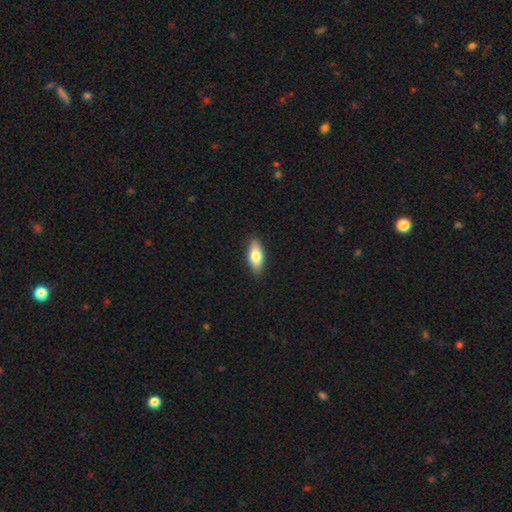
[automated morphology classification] Smooth or featured? smooth (74%)
How rounded? in between (75%)
Merging? none (88%)